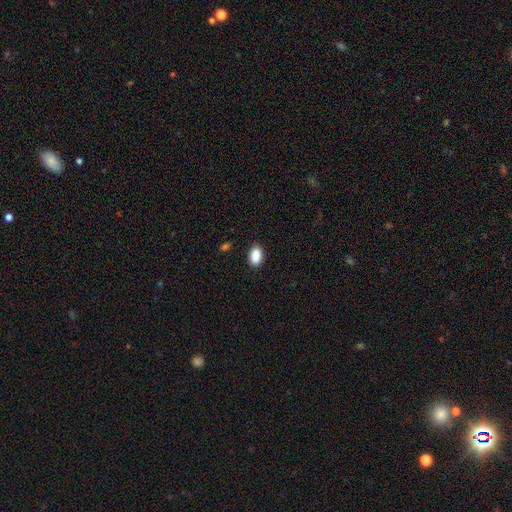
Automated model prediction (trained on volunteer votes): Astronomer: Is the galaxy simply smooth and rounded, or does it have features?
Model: smooth — 90%.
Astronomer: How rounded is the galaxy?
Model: in between — 91%.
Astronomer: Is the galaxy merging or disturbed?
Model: none — 87%.